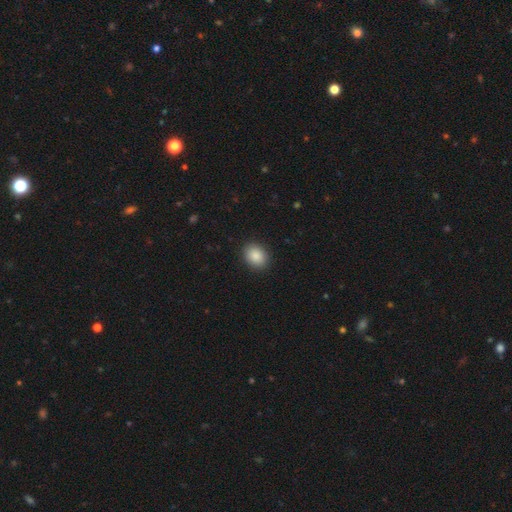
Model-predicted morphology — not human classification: The model was most divided on "how rounded": in between: 57%, round: 42%, cigar-shaped: 1%. More confident: merging — none (90%); smooth or featured — smooth (89%).